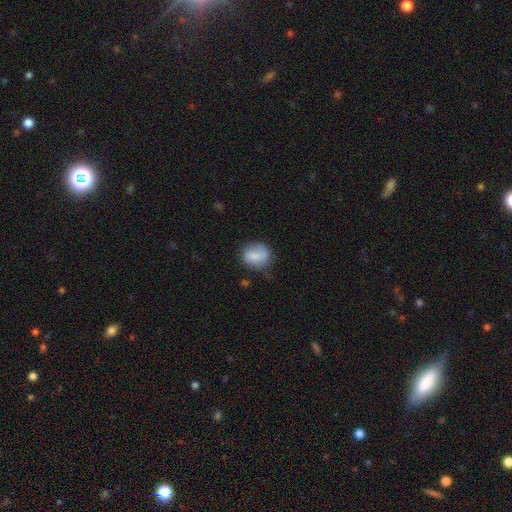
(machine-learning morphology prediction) A smooth galaxy with no disk features (74%) that is round (53%). Merging: none (61%).